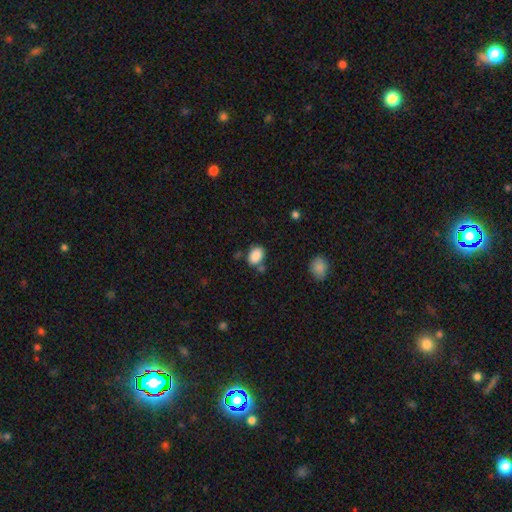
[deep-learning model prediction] Overall: smooth (87%). How rounded: in between (79%). Merging: none (67%).